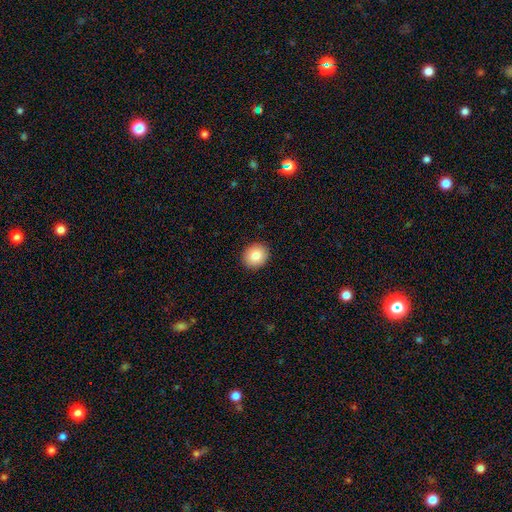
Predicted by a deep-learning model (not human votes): Smooth or featured: smooth — 84% (star or artifact — 8%)
How rounded: round — 80% (in between — 19%)
Merging: none — 92% (minor disturbance — 6%)